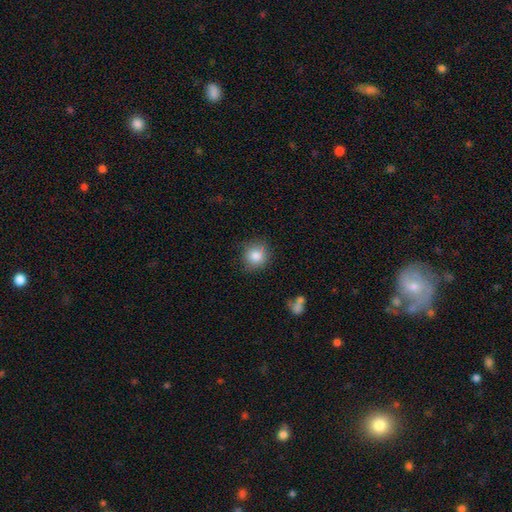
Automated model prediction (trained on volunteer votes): A smooth galaxy with no disk features (84%) that is round (87%). Merging: none (80%).